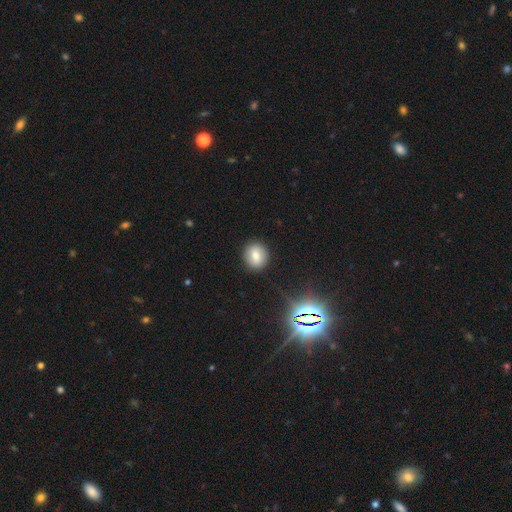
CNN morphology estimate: A smooth galaxy with no disk features (74%) that is round (79%).

Vote fractions:
- Smooth or featured? smooth: 74% / featured or disk: 13% / star or artifact: 13%
- How rounded? round: 79% / in between: 20% / cigar-shaped: 1%
- Merging? none: 90% / minor disturbance: 7% / major disturbance: 2% / merger: 1%